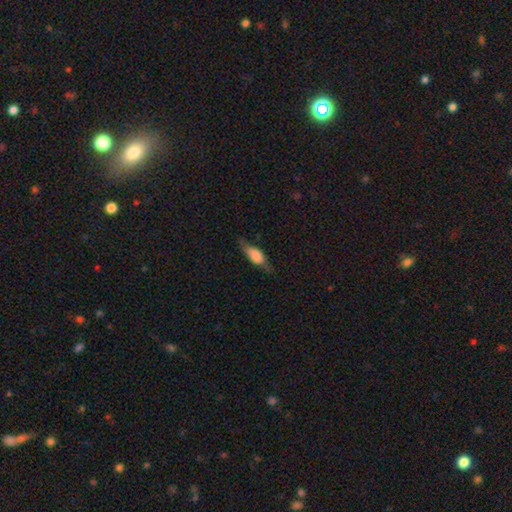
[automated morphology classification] This is likely a smooth galaxy (63%). How rounded: likely in between (70%). Merging: likely none (68%).